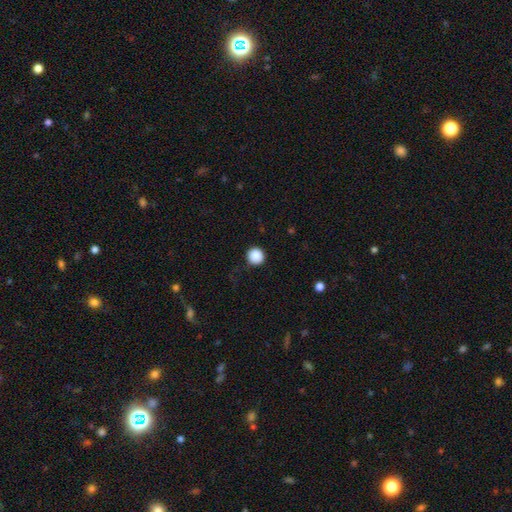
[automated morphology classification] This is clearly a smooth galaxy (89%). How rounded: clearly round (95%). Merging: clearly none (91%).